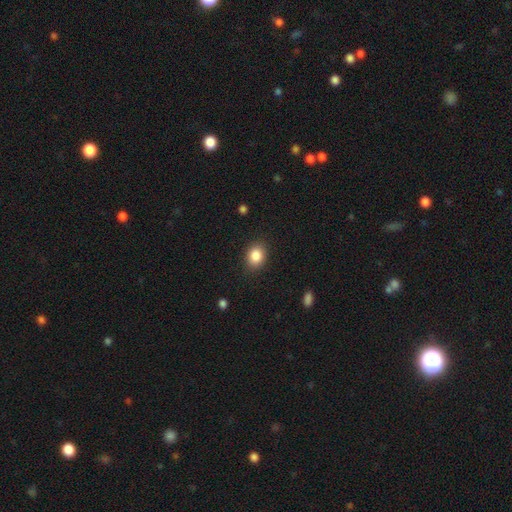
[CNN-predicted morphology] A smooth galaxy with no disk features (85%) that is in between round and cigar-shaped (53%).

Vote fractions:
- Smooth or featured? smooth: 85% / star or artifact: 9% / featured or disk: 5%
- How rounded? in between: 53% / round: 46% / cigar-shaped: 1%
- Merging? none: 87% / minor disturbance: 10% / major disturbance: 3% / merger: 1%